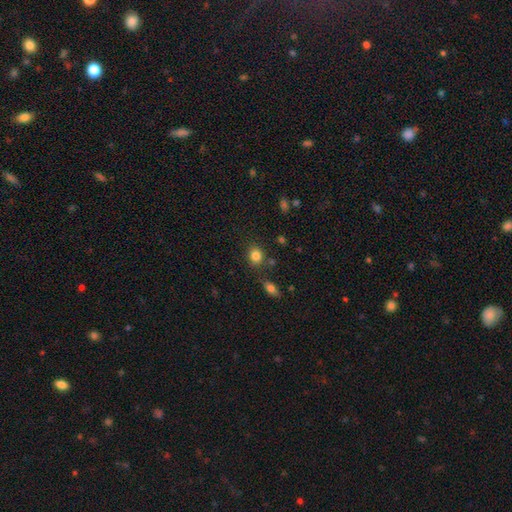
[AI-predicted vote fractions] A smooth galaxy with no disk features (84%) that is round (66%). Merging: none (79%).